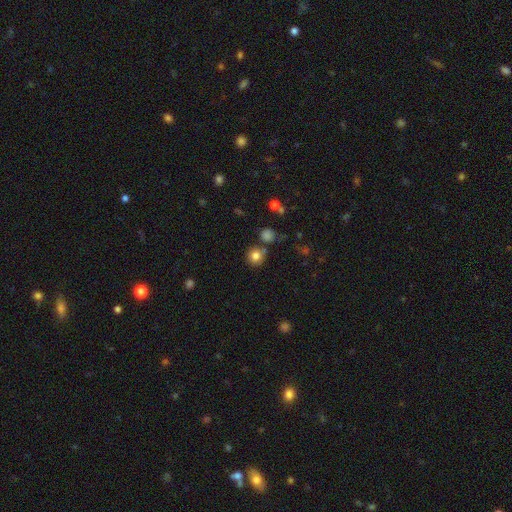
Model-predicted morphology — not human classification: The model was most divided on "merging": none: 77%, merger: 11%, minor disturbance: 9%, major disturbance: 3%. More confident: how rounded — round (90%); smooth or featured — smooth (81%).